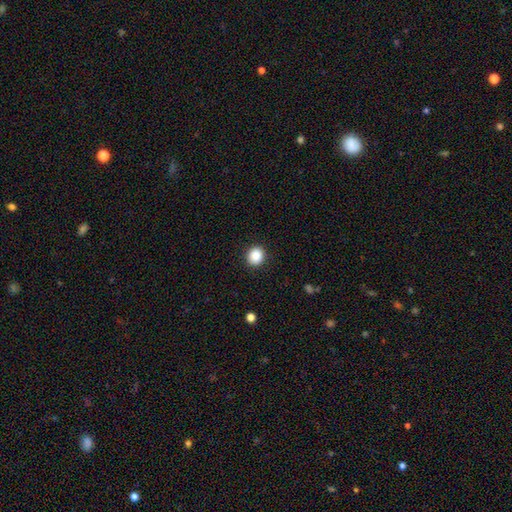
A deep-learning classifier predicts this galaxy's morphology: Smooth or featured?
  - smooth: 88% *
  - star or artifact: 9%
  - featured or disk: 3%
How rounded?
  - round: 84% *
  - in between: 16%
  - cigar-shaped: 1%
Merging?
  - none: 91% *
  - minor disturbance: 6%
  - major disturbance: 2%
  - merger: 1%